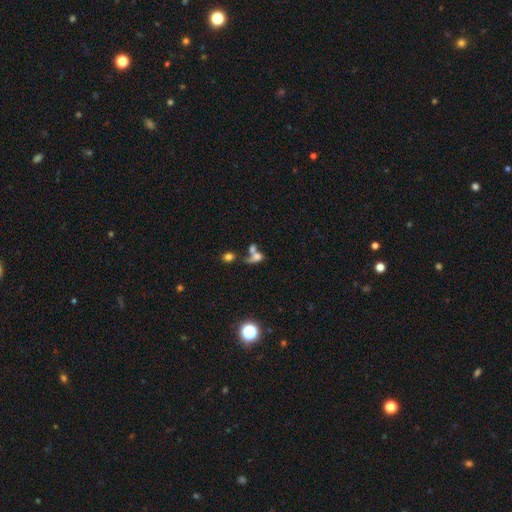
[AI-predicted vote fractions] This is likely a smooth galaxy (60%). How rounded: possibly in between (59%). Merging: possibly merger (56%).